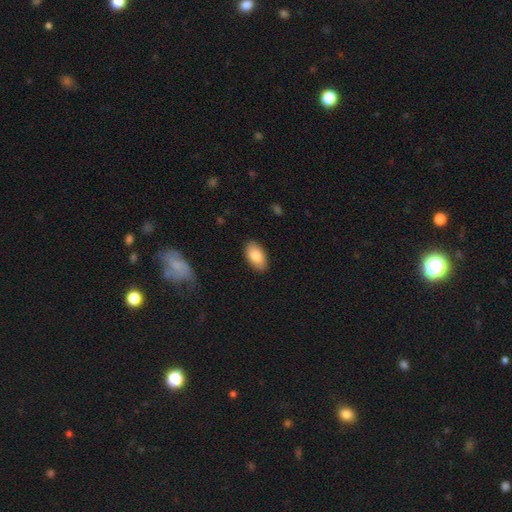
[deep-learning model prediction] Q: Smooth or featured?
A: smooth (82%); runner-up: featured or disk (12%)
Q: How rounded?
A: in between (94%); runner-up: round (4%)
Q: Merging?
A: none (87%); runner-up: minor disturbance (10%)